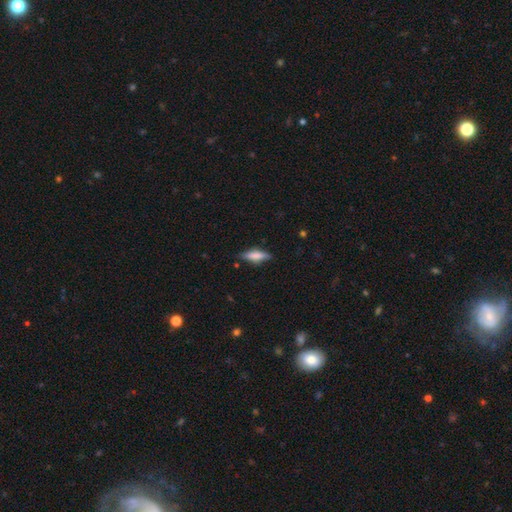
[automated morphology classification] smooth-or-featured: smooth: 60% | featured or disk: 33% | star or artifact: 7%
  how-rounded: cigar-shaped: 58% | in between: 39% | round: 2%
  merging: none: 79% | minor disturbance: 16% | major disturbance: 3% | merger: 2%